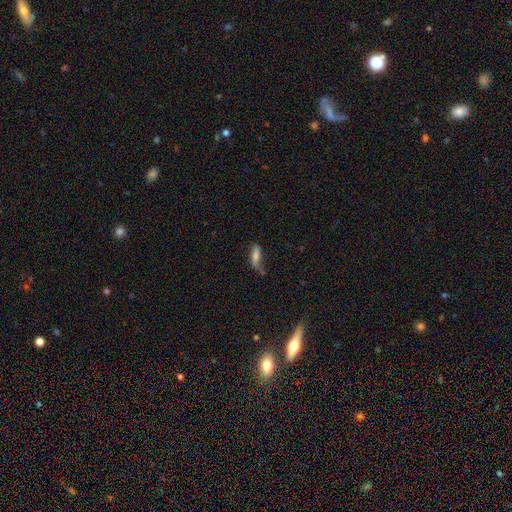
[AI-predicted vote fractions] Morphology: type=smooth (63%); roundness=in between (51%); merging=none (43%).